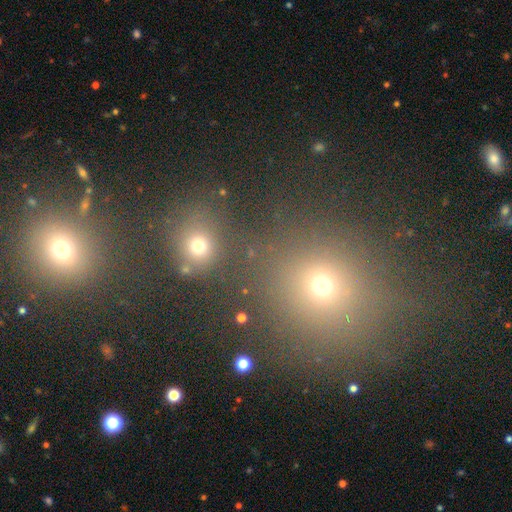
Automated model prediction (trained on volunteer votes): Smooth or featured? smooth (56%)
How rounded? round (85%)
Merging? none (75%)